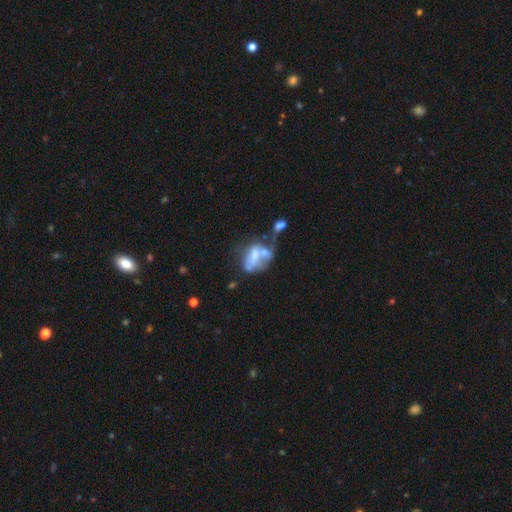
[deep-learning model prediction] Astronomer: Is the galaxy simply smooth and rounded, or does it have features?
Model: featured or disk — 48% (runner-up: smooth, 41%).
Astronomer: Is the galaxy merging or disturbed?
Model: merger — 49% (runner-up: major disturbance, 25%).